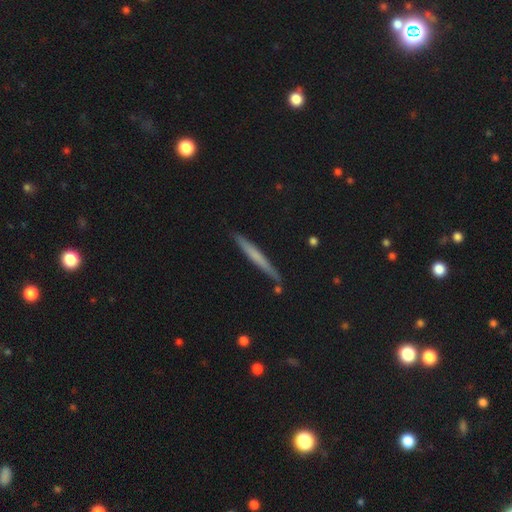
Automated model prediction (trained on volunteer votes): smooth-or-featured: smooth: 55% | featured or disk: 39% | star or artifact: 6%
  how-rounded: cigar-shaped: 96% | in between: 2% | round: 1%
  merging: none: 85% | minor disturbance: 10% | merger: 3% | major disturbance: 2%